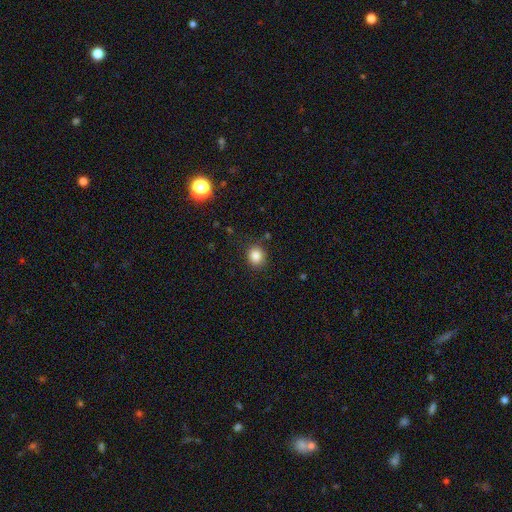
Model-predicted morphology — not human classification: Q: Smooth or featured?
A: smooth (85%); runner-up: star or artifact (11%)
Q: How rounded?
A: round (76%); runner-up: in between (23%)
Q: Merging?
A: none (86%); runner-up: minor disturbance (10%)